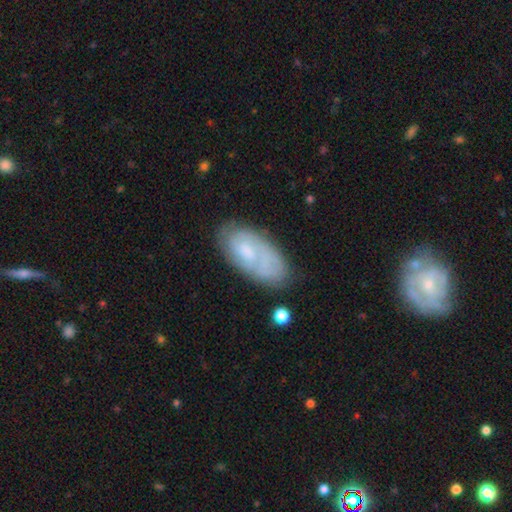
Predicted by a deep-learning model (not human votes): Morphology: type=smooth (46%, tied with featured or disk); merging=none (68%).